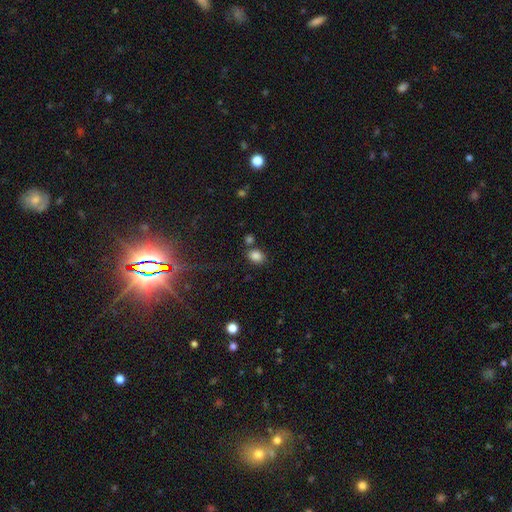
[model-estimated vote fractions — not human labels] This is clearly a smooth galaxy (84%). How rounded: likely in between (61%). Merging: likely none (72%).